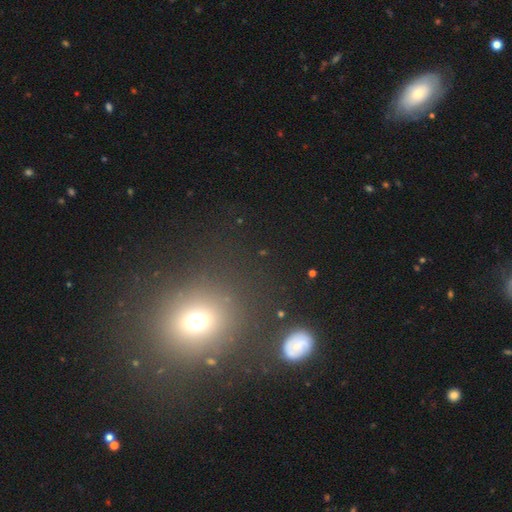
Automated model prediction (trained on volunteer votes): A smooth galaxy with no disk features (54%) that is round (70%). Merging: none (81%).